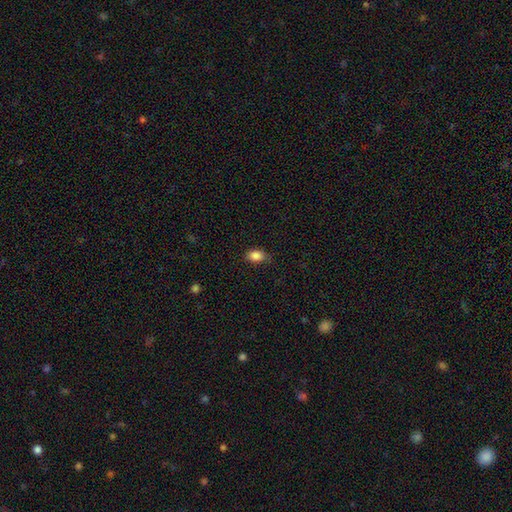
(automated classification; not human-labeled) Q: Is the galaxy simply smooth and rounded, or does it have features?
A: smooth — 87%.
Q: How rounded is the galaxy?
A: in between — 82%.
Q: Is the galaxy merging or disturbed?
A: none — 76%.